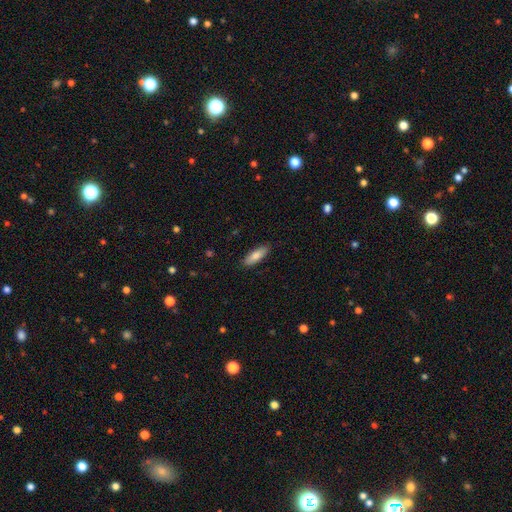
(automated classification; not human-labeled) Q: Smooth or featured?
A: smooth (82%); runner-up: featured or disk (12%)
Q: How rounded?
A: in between (54%); runner-up: cigar-shaped (44%)
Q: Merging?
A: none (88%); runner-up: minor disturbance (9%)